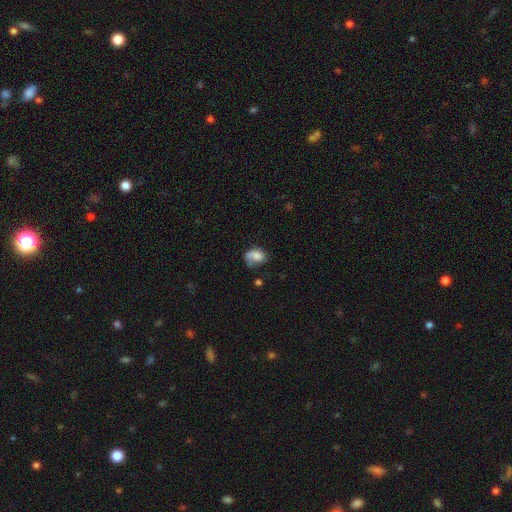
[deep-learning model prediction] A smooth galaxy with no disk features (60%) that is in between round and cigar-shaped (69%). Merging: none (39%).